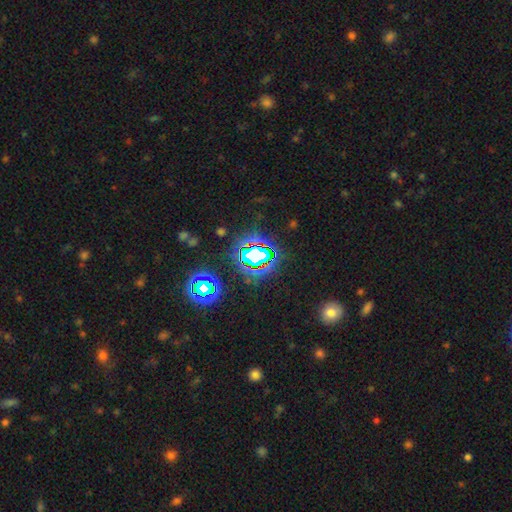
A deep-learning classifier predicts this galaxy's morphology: Smooth or featured? Predicted: star or artifact (p=0.70).